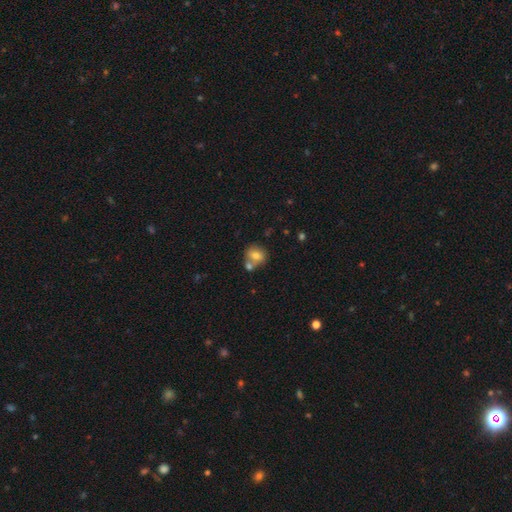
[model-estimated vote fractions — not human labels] Smooth or featured?
  - smooth: 75% *
  - featured or disk: 16%
  - star or artifact: 9%
How rounded?
  - round: 74% *
  - in between: 24%
  - cigar-shaped: 1%
Merging?
  - none: 51% *
  - merger: 34%
  - minor disturbance: 12%
  - major disturbance: 3%